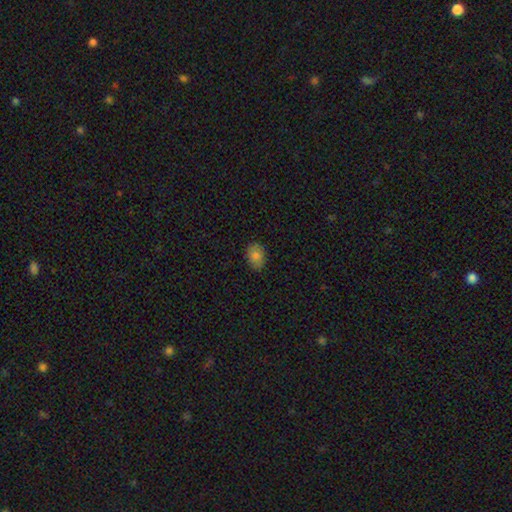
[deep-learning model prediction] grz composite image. It shows a smooth galaxy with no disk features (82%) that is in between round and cigar-shaped (78%). Merging: none (82%).